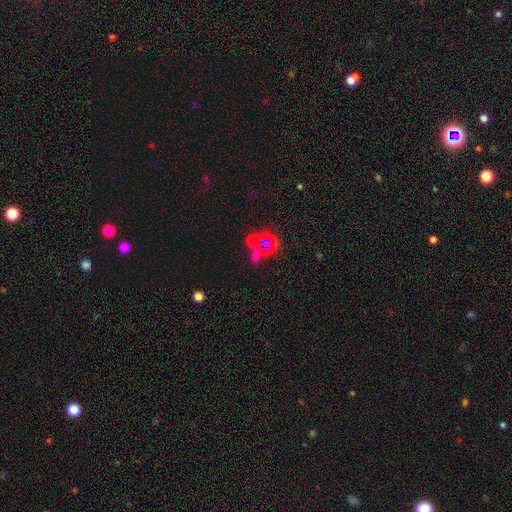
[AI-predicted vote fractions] star or artifact 50%, smooth 39%, featured or disk 12%.